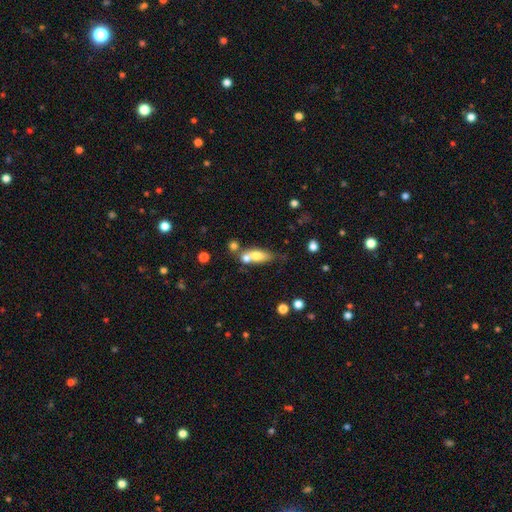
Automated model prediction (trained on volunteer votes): smooth-or-featured: smooth: 67% | featured or disk: 23% | star or artifact: 9%
  how-rounded: in between: 69% | cigar-shaped: 21% | round: 10%
  merging: merger: 45% | none: 36% | minor disturbance: 13% | major disturbance: 6%